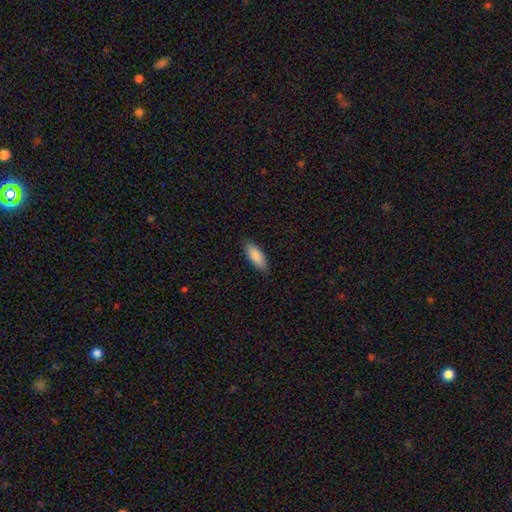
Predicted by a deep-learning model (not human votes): Smooth or featured: smooth — 89% (star or artifact — 6%)
How rounded: in between — 79% (cigar-shaped — 20%)
Merging: none — 87% (minor disturbance — 10%)